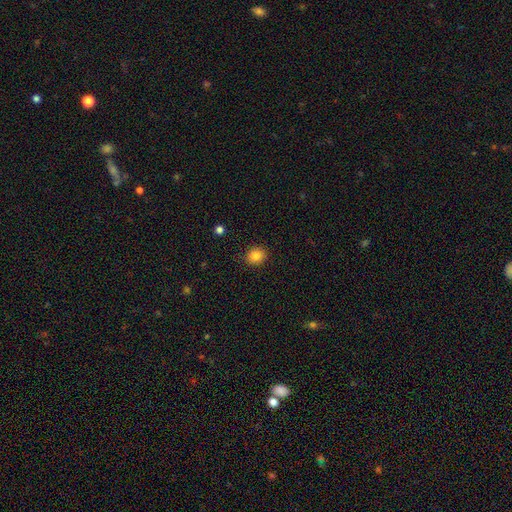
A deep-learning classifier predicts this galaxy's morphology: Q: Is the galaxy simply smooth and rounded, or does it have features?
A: smooth — 84%.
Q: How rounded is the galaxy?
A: round — 73%.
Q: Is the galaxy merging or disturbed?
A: none — 88%.